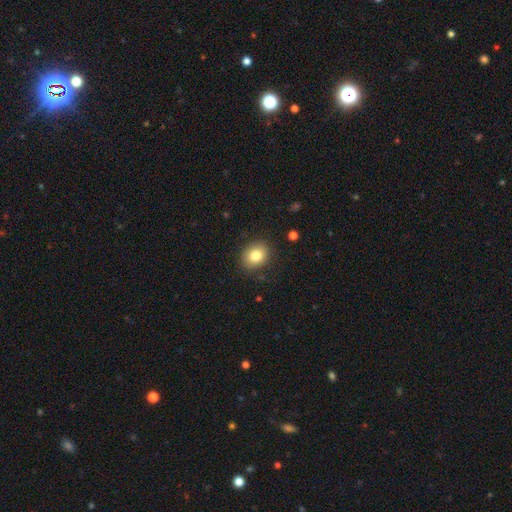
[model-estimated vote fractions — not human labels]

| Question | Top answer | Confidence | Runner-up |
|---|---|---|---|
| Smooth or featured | smooth | 82% | star or artifact (9%) |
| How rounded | round | 57% | in between (42%) |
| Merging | none | 87% | minor disturbance (10%) |